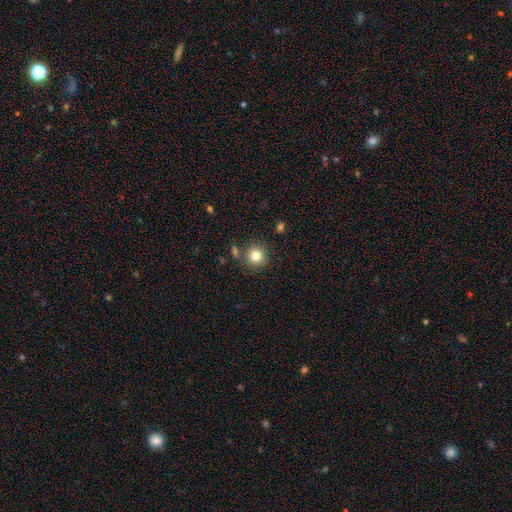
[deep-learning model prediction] Morphology: type=smooth (82%); roundness=round (93%); merging=none (82%).